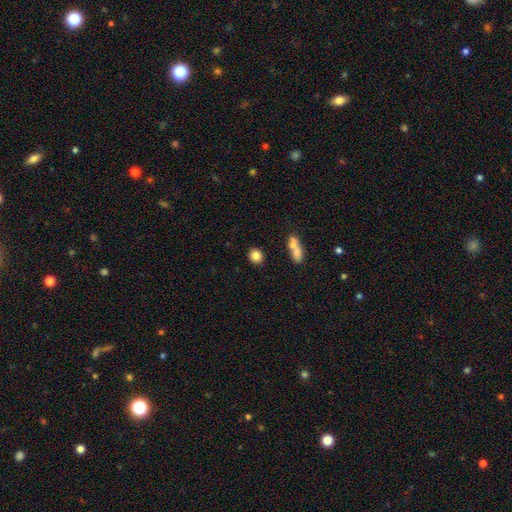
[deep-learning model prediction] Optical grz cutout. It shows a smooth galaxy with no disk features (83%) that is round (80%). Merging: none (84%).